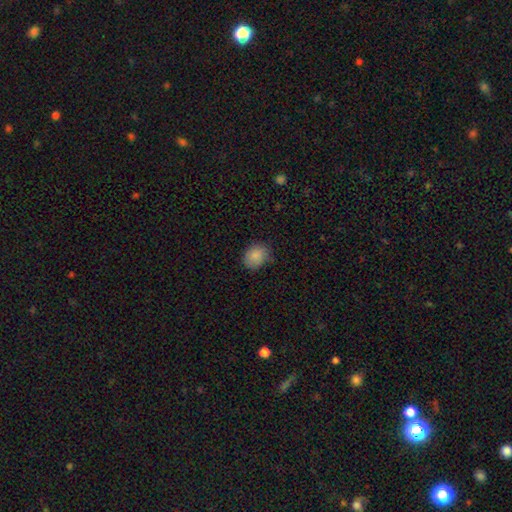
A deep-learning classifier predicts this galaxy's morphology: smooth-or-featured: smooth: 87% | star or artifact: 9% | featured or disk: 5%
  how-rounded: round: 57% | in between: 42% | cigar-shaped: 1%
  merging: none: 77% | minor disturbance: 18% | major disturbance: 4% | merger: 1%